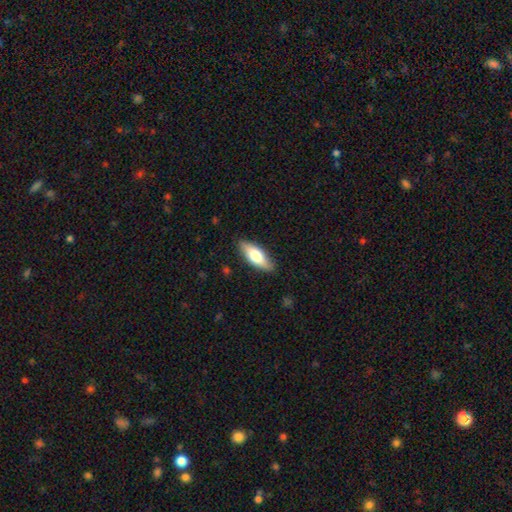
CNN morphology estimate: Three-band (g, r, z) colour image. It shows a smooth galaxy with no disk features (67%) that is in between round and cigar-shaped (72%). Merging: none (86%).